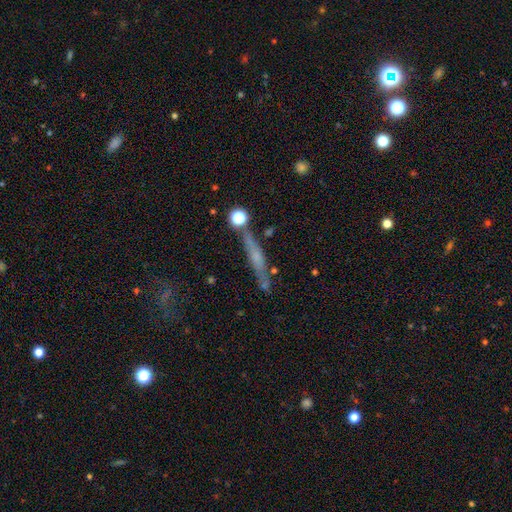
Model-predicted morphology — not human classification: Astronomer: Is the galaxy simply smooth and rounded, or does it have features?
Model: featured or disk — 54% (runner-up: smooth, 34%).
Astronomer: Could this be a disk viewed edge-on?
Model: yes — 88%.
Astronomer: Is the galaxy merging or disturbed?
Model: none — 72%.